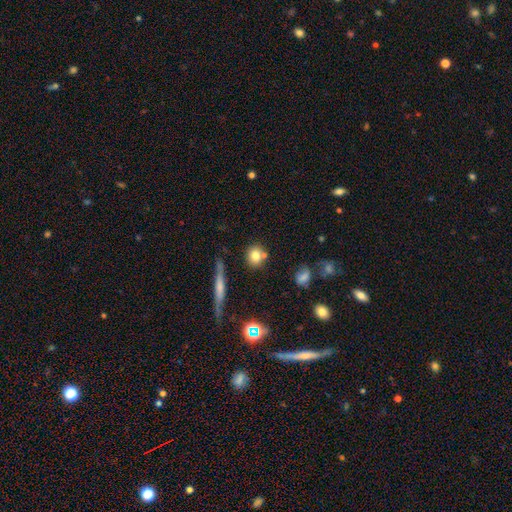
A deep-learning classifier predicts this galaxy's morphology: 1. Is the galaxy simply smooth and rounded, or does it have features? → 76% smooth, 12% featured or disk, 12% star or artifact.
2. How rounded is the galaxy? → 80% round, 17% in between, 3% cigar-shaped.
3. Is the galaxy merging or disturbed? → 70% none, 16% merger, 11% minor disturbance, 3% major disturbance.